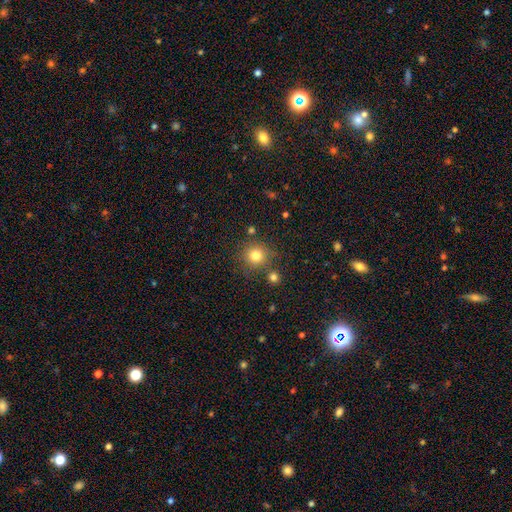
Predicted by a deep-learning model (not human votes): The model was most divided on "smooth or featured": smooth: 80%, star or artifact: 13%, featured or disk: 7%. More confident: how rounded — round (92%); merging — none (78%).